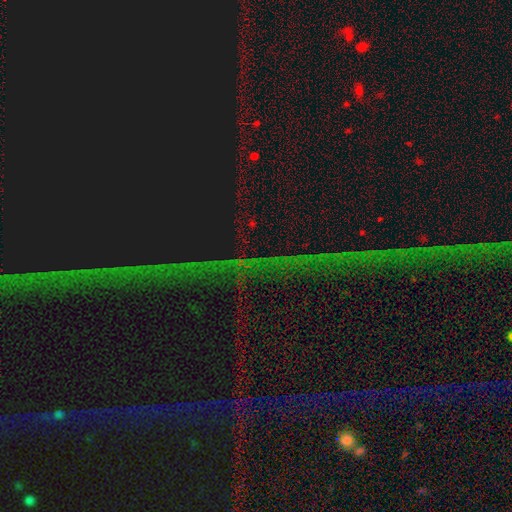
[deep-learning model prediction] The model was most divided on "smooth or featured": star or artifact: 80%, smooth: 10%, featured or disk: 10%.